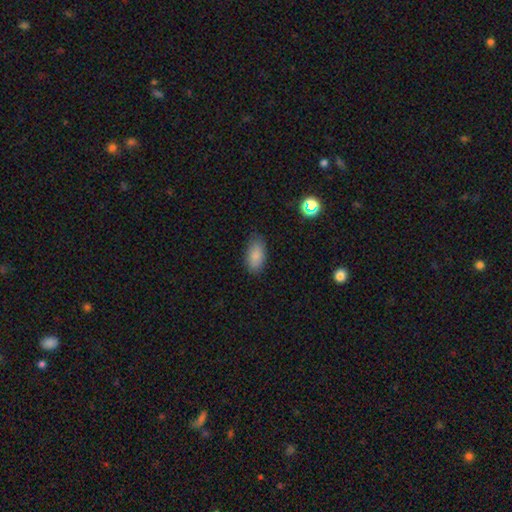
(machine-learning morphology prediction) Smooth or featured: smooth — 86% (star or artifact — 8%)
How rounded: in between — 92% (cigar-shaped — 5%)
Merging: none — 81% (minor disturbance — 15%)